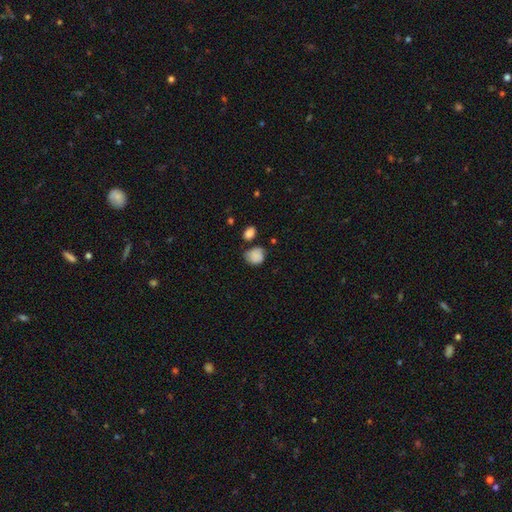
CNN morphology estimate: smooth-or-featured: smooth: 84% | star or artifact: 9% | featured or disk: 7%
  how-rounded: round: 63% | in between: 36% | cigar-shaped: 1%
  merging: none: 54% | minor disturbance: 27% | merger: 11% | major disturbance: 8%